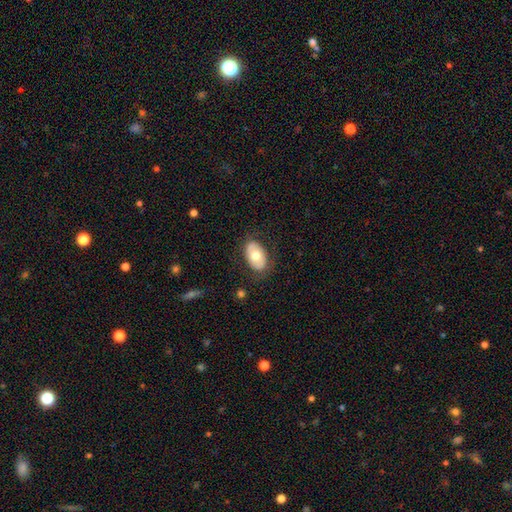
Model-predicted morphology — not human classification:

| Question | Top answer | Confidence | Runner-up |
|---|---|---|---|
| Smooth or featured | smooth | 64% | featured or disk (30%) |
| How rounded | in between | 91% | round (8%) |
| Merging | none | 80% | minor disturbance (14%) |